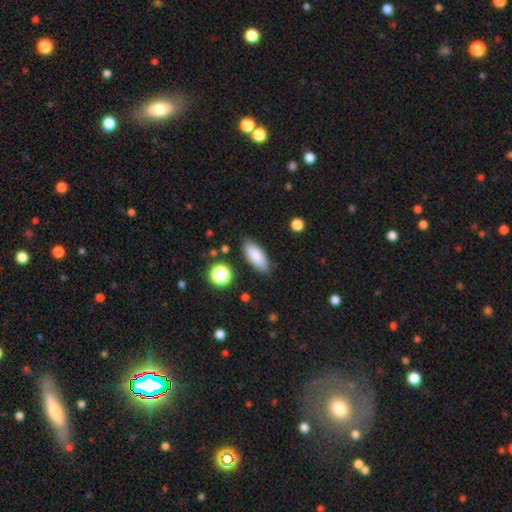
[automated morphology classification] type=smooth (85%); roundness=in between (79%); merging=none (85%).